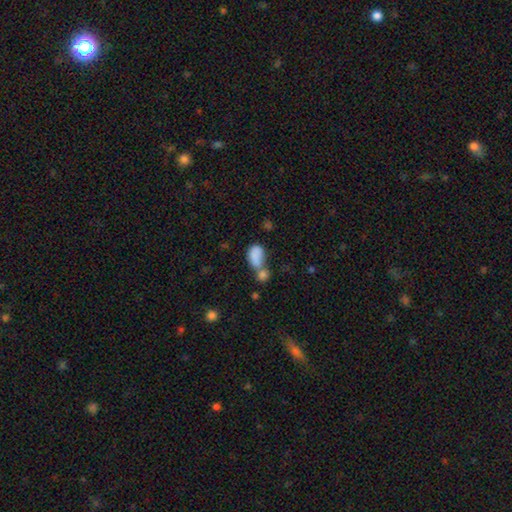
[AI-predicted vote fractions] This is clearly a smooth galaxy (81%). How rounded: clearly in between (85%). Merging: possibly merger (60%).